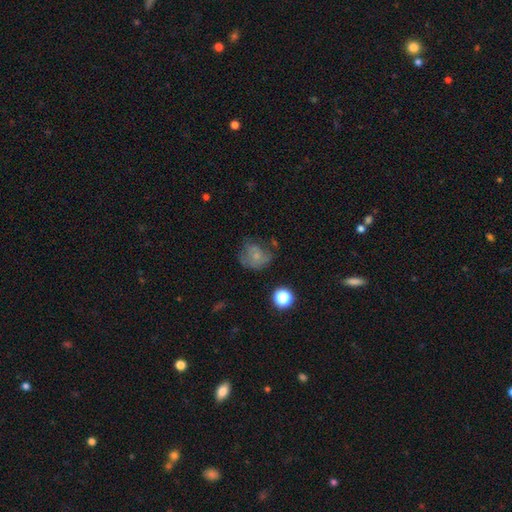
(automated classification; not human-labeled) Smooth or featured?
  - smooth: 56% *
  - featured or disk: 30%
  - star or artifact: 14%
How rounded?
  - round: 65% *
  - in between: 34%
  - cigar-shaped: 1%
Merging?
  - none: 43% *
  - minor disturbance: 29%
  - major disturbance: 24%
  - merger: 4%